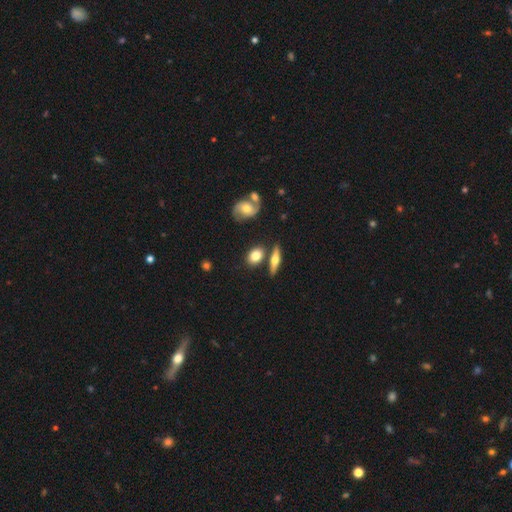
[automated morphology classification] smooth-or-featured: smooth: 69% | featured or disk: 24% | star or artifact: 7%
  how-rounded: in between: 66% | round: 24% | cigar-shaped: 10%
  merging: none: 71% | minor disturbance: 13% | merger: 12% | major disturbance: 4%